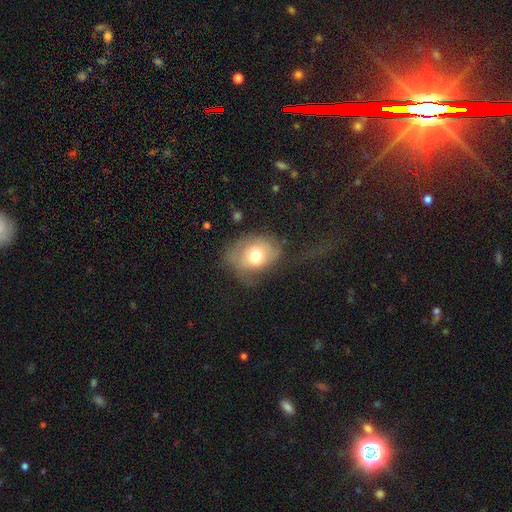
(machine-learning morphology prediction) Smooth or featured?
  - smooth: 61% *
  - featured or disk: 31%
  - star or artifact: 8%
How rounded?
  - in between: 63% *
  - round: 36%
  - cigar-shaped: 1%
Merging?
  - none: 40% *
  - minor disturbance: 29%
  - major disturbance: 29%
  - merger: 2%